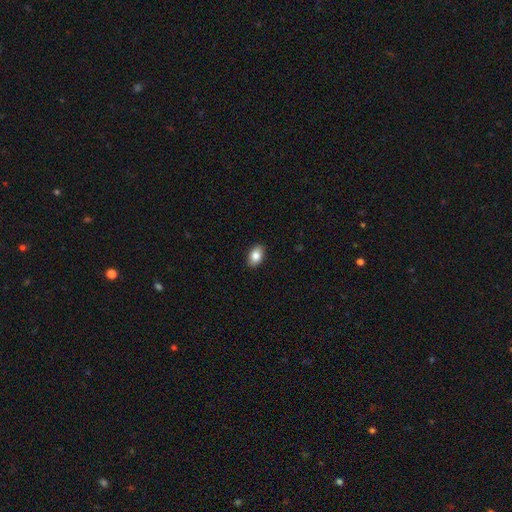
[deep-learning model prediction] Smooth or featured?
  - smooth: 84% *
  - featured or disk: 9%
  - star or artifact: 7%
How rounded?
  - in between: 89% *
  - round: 9%
  - cigar-shaped: 2%
Merging?
  - none: 90% *
  - minor disturbance: 8%
  - major disturbance: 2%
  - merger: 1%